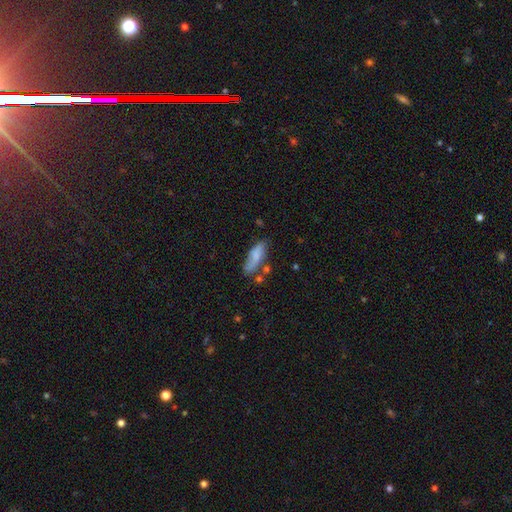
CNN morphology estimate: smooth_or_featured: smooth (p=0.71) [alt: featured or disk p=0.21]
how_rounded: in between (p=0.62) [alt: cigar-shaped p=0.36]
merging: none (p=0.56) [alt: minor disturbance p=0.26]